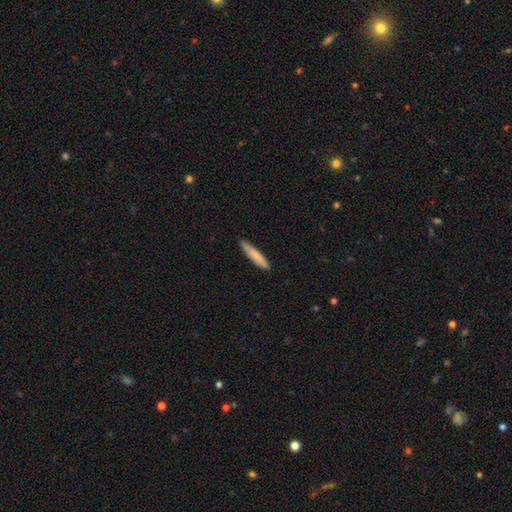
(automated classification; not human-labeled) Smooth or featured: smooth — 80% (featured or disk — 14%)
How rounded: cigar-shaped — 90% (in between — 9%)
Merging: none — 87% (minor disturbance — 11%)